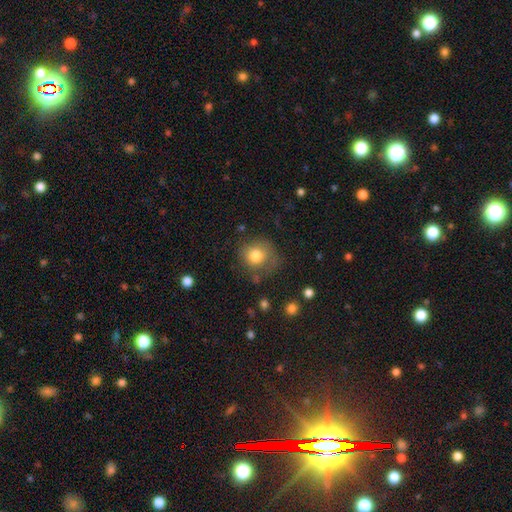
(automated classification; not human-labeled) smooth_or_featured: smooth (p=0.79) [alt: featured or disk p=0.11]
how_rounded: round (p=0.83) [alt: in between p=0.16]
merging: none (p=0.63) [alt: minor disturbance p=0.22]